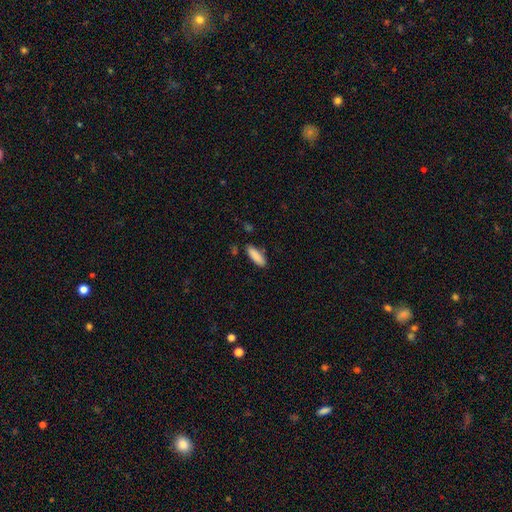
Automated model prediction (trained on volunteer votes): Morphology: type=smooth (89%); roundness=in between (55%); merging=none (83%).